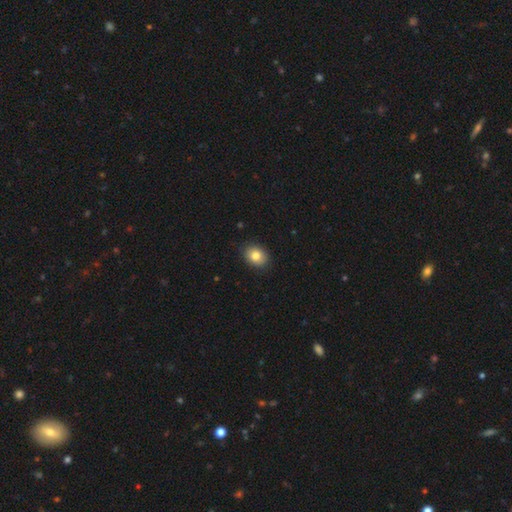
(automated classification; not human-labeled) Q: Smooth or featured?
A: smooth (83%); runner-up: star or artifact (9%)
Q: How rounded?
A: in between (54%); runner-up: round (45%)
Q: Merging?
A: none (89%); runner-up: minor disturbance (9%)